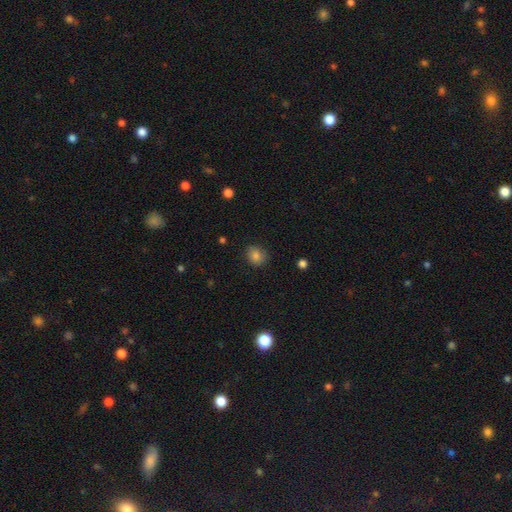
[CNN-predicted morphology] Smooth or featured? Predicted: smooth (p=0.84). How rounded? Predicted: round (p=0.70). Merging? Predicted: none (p=0.82).